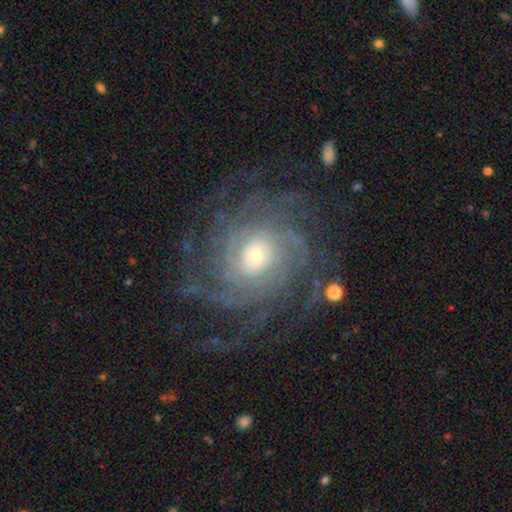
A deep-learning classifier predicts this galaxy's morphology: Smooth or featured: featured or disk — 90% (star or artifact — 6%)
Edge-on disk: no — 97% (yes — 3%)
Bar: no — 69% (weak — 23%)
Spiral arms: yes — 98% (no — 2%)
Spiral winding: tight — 74% (medium — 21%)
Spiral arm count: more than 4 — 26% (can't tell — 23%)
Bulge size: small — 50% (moderate — 42%)
Merging: none — 77% (minor disturbance — 13%)